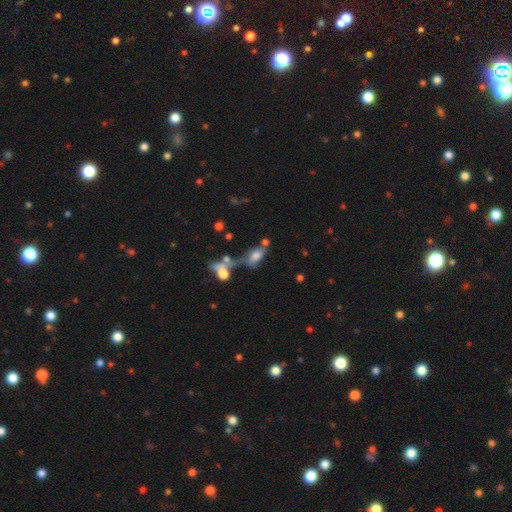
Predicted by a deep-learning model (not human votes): smooth_or_featured: smooth (p=0.59) [alt: featured or disk p=0.26]
how_rounded: in between (p=0.81) [alt: cigar-shaped p=0.10]
merging: merger (p=0.37) [alt: none p=0.28]